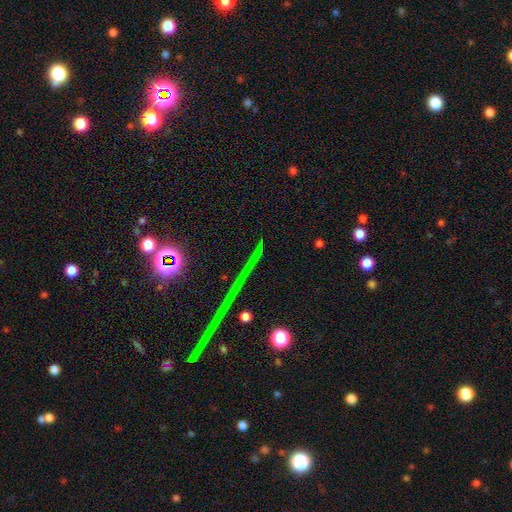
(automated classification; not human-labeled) Smooth or featured: star or artifact — 79% (featured or disk — 12%)